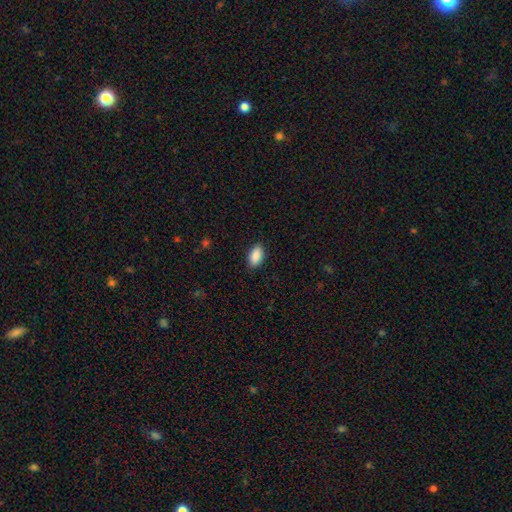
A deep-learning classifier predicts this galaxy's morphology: A smooth galaxy with no disk features (90%) that is in between round and cigar-shaped (94%).

Vote fractions:
- Smooth or featured? smooth: 90% / star or artifact: 7% / featured or disk: 4%
- How rounded? in between: 94% / round: 4% / cigar-shaped: 2%
- Merging? none: 89% / minor disturbance: 8% / major disturbance: 2% / merger: 1%